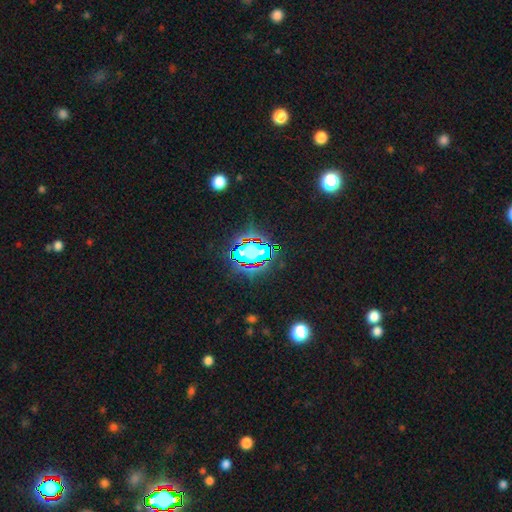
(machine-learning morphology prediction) This appears to be a star or artifact, not a galaxy (74%).